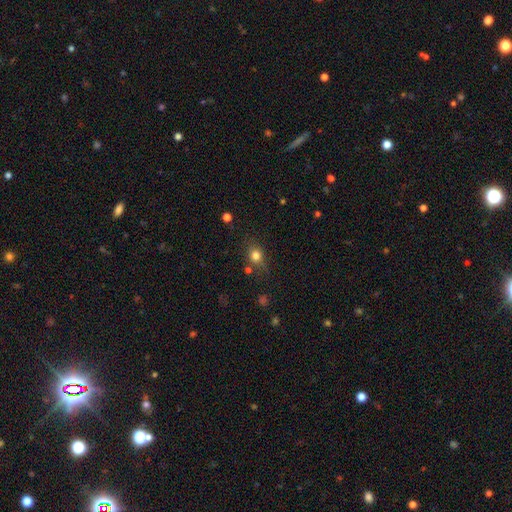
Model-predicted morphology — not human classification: The model was most divided on "how rounded": round: 68%, in between: 31%, cigar-shaped: 2%. More confident: smooth or featured — smooth (78%); merging — none (71%).